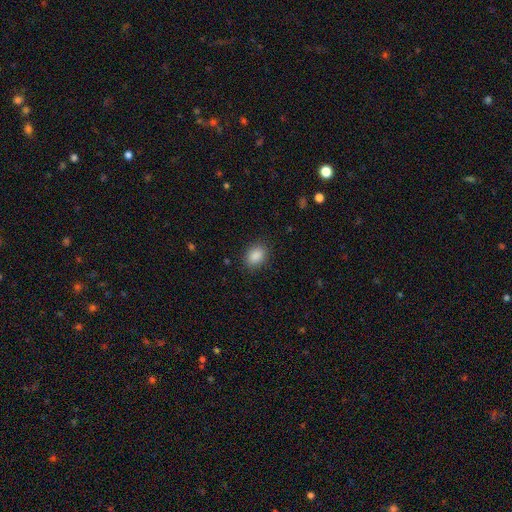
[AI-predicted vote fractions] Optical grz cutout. It shows a smooth galaxy with no disk features (88%) that is in between round and cigar-shaped (73%). Merging: none (86%).